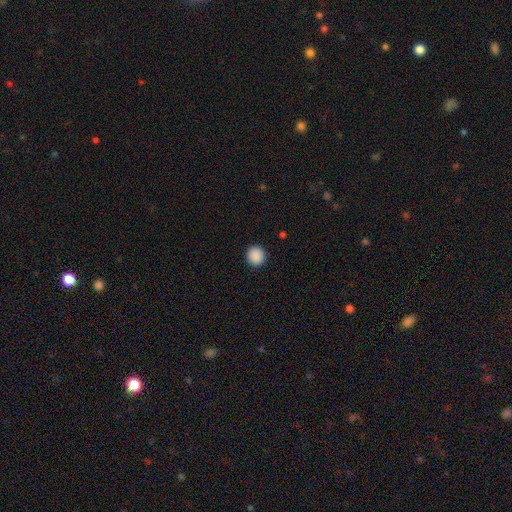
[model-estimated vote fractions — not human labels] Smooth or featured? Predicted: smooth (p=0.90). How rounded? Predicted: round (p=0.93). Merging? Predicted: none (p=0.93).